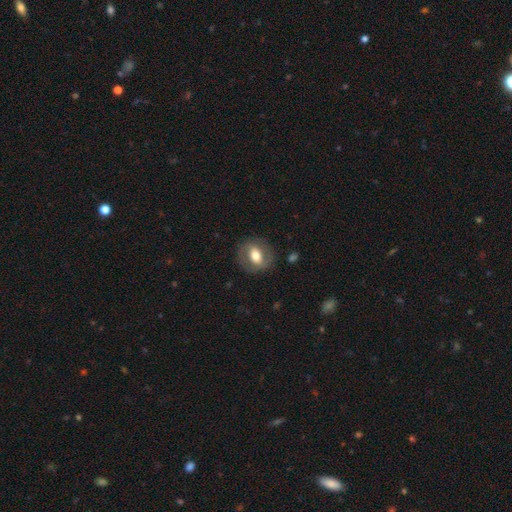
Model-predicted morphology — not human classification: Q: Smooth or featured?
A: smooth (48%); runner-up: featured or disk (45%)
Q: Merging?
A: none (80%); runner-up: minor disturbance (12%)